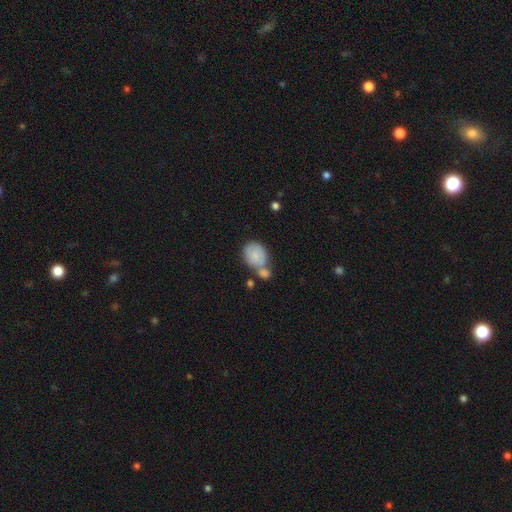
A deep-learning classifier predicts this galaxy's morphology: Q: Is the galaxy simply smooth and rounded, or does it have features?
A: smooth — 75%.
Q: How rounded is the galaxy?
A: round — 50%.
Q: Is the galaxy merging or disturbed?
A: merger — 47%.